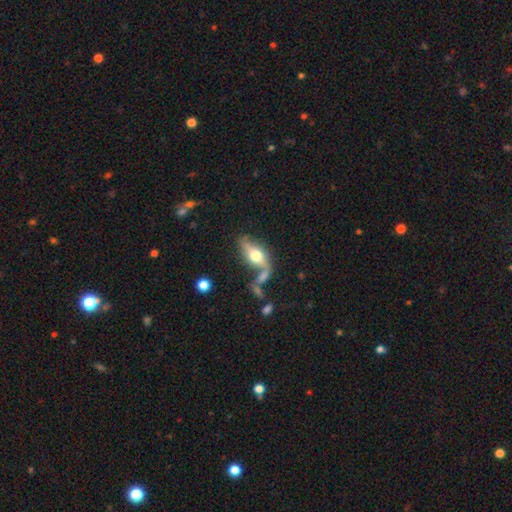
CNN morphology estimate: smooth_or_featured: featured or disk (p=0.47) [alt: smooth p=0.46]
merging: none (p=0.52) [alt: merger p=0.21]